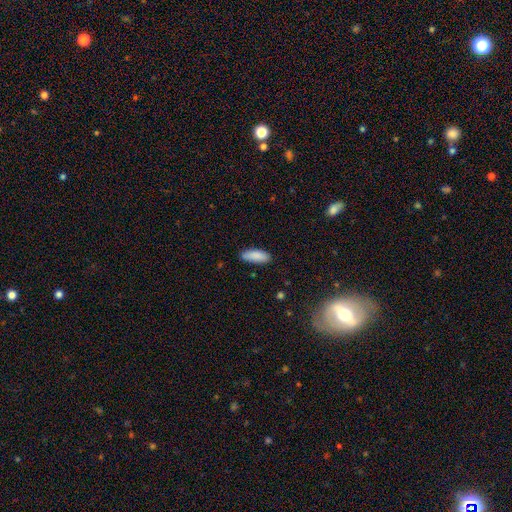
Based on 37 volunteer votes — This appears to be a smooth galaxy with no disk features (95%) that is in between round and cigar-shaped (89%). Merging: none (97%).